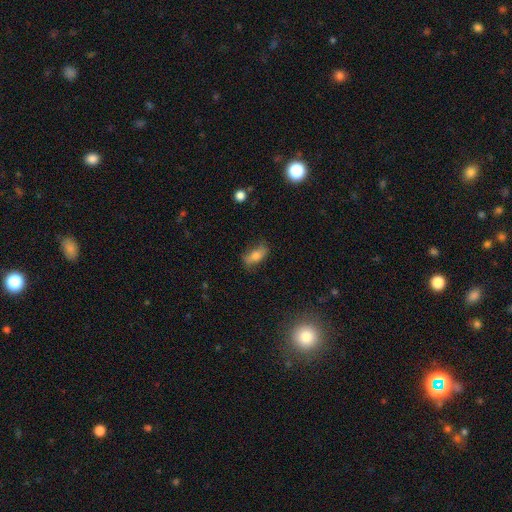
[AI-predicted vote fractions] smooth 71%, featured or disk 19%, star or artifact 9%. Down the decision tree: how rounded — in between (79%); merging — none (71%).